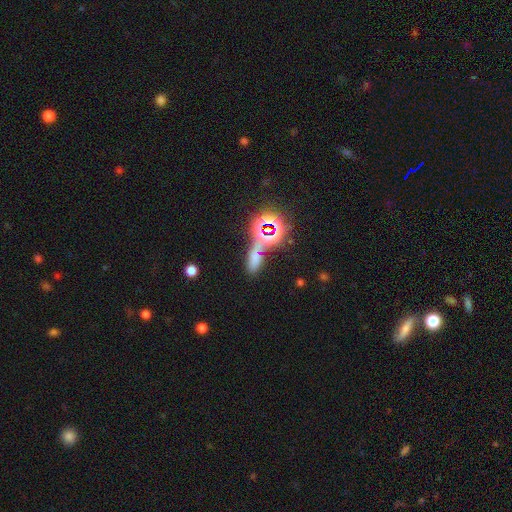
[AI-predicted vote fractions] Q: Smooth or featured?
A: smooth (50%); runner-up: star or artifact (41%)
Q: Merging?
A: none (53%); runner-up: merger (20%)